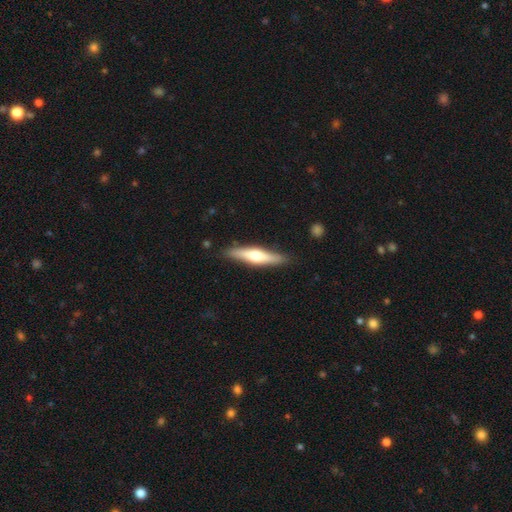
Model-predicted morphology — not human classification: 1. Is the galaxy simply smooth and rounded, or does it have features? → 52% featured or disk, 43% smooth, 5% star or artifact.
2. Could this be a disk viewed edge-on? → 92% yes, 8% no.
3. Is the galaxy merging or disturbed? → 87% none, 10% minor disturbance, 2% major disturbance, 1% merger.